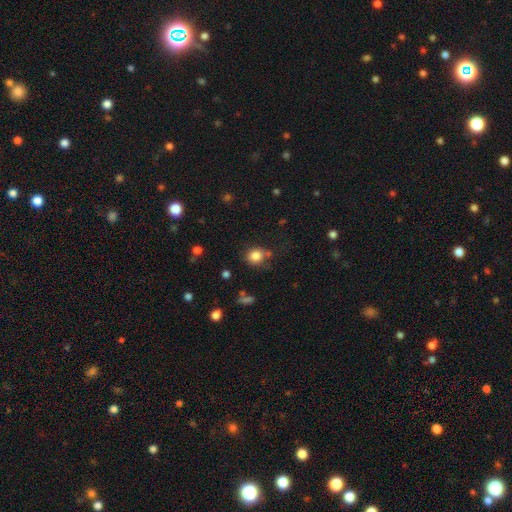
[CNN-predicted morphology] Smooth or featured? Predicted: smooth (p=0.83). How rounded? Predicted: round (p=0.77). Merging? Predicted: none (p=0.71).